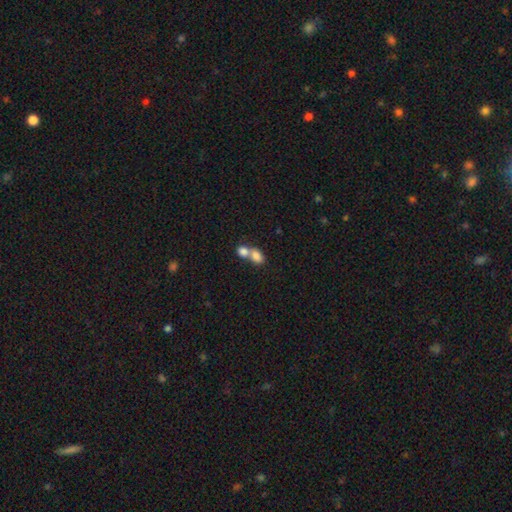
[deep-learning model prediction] Smooth or featured? Predicted: smooth (p=0.81). How rounded? Predicted: in between (p=0.73). Merging? Predicted: merger (p=0.68).